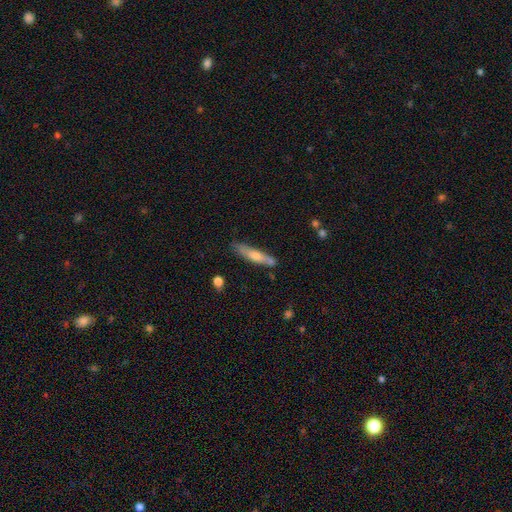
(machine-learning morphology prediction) type=smooth (53%); roundness=cigar-shaped (88%); merging=none (73%).